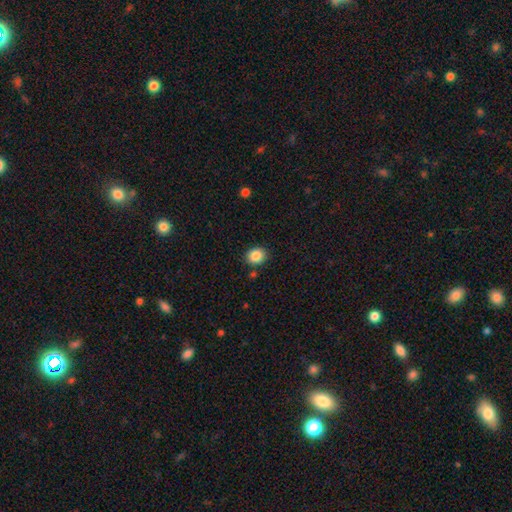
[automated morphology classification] Smooth or featured?
  - smooth: 86% *
  - star or artifact: 9%
  - featured or disk: 5%
How rounded?
  - round: 68% *
  - in between: 31%
  - cigar-shaped: 1%
Merging?
  - none: 86% *
  - minor disturbance: 9%
  - merger: 3%
  - major disturbance: 2%